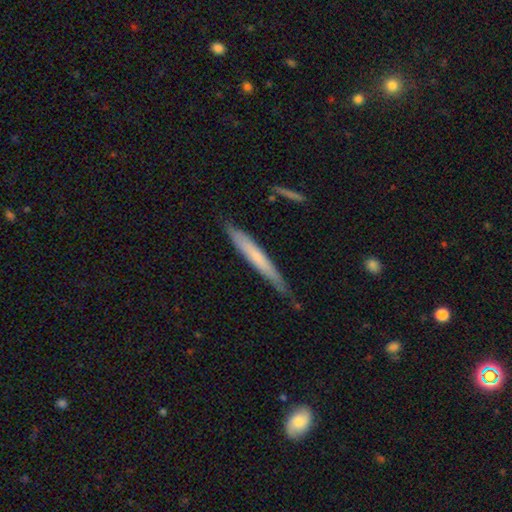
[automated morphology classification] A smooth galaxy with no disk features (57%) that is cigar-shaped (95%).

Vote fractions:
- Smooth or featured? smooth: 57% / featured or disk: 37% / star or artifact: 5%
- How rounded? cigar-shaped: 95% / in between: 3% / round: 1%
- Merging? none: 79% / minor disturbance: 17% / major disturbance: 2% / merger: 2%